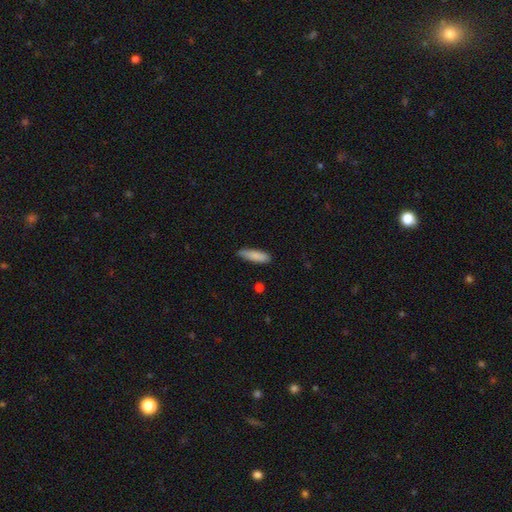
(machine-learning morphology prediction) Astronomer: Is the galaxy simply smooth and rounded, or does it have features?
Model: smooth — 86%.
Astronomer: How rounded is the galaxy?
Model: cigar-shaped — 60% (runner-up: in between, 38%).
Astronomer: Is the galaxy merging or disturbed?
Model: none — 78%.